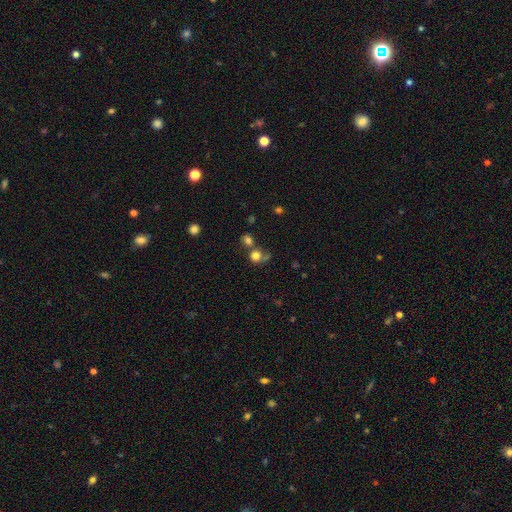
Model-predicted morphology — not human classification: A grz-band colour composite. It shows a smooth galaxy with no disk features (76%) that is round (86%). Merging: none (53%).